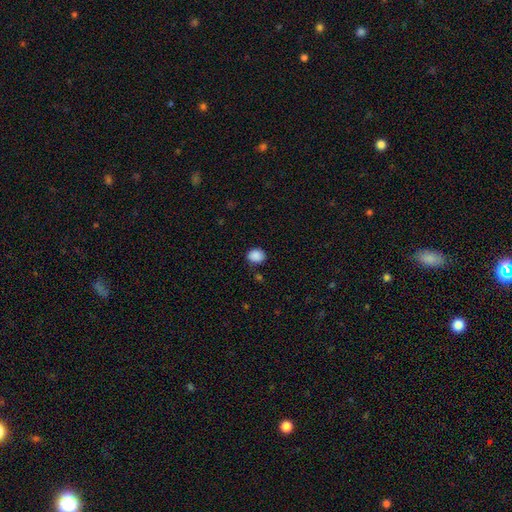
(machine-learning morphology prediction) Smooth or featured: smooth — 88% (star or artifact — 9%)
How rounded: round — 61% (in between — 38%)
Merging: none — 80% (minor disturbance — 15%)